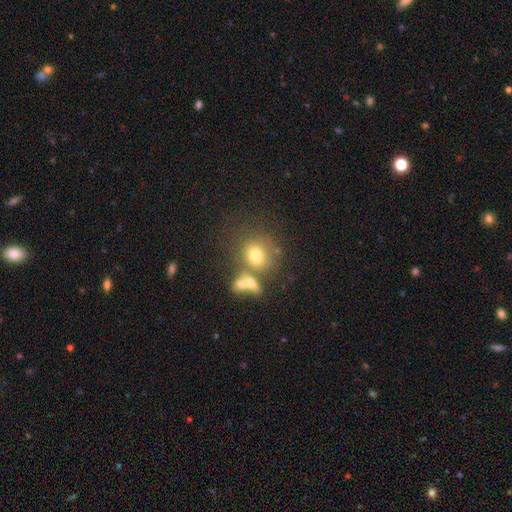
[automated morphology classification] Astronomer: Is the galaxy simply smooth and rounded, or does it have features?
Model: smooth — 70%.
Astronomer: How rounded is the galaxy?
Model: round — 73%.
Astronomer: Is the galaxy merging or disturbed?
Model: none — 47% (runner-up: merger, 35%).